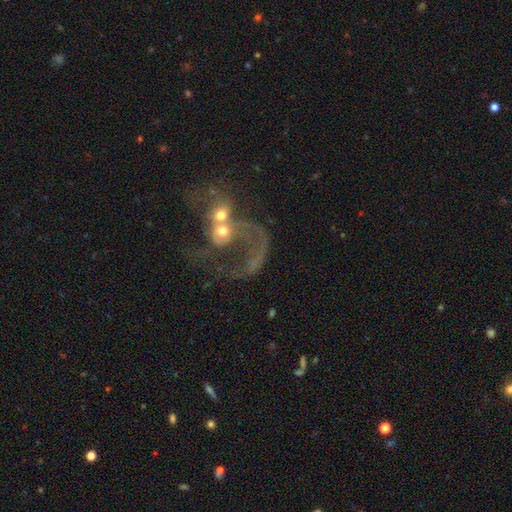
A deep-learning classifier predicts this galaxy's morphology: Smooth or featured? Predicted: featured or disk (p=0.71). Edge-on disk? Predicted: no (p=0.97). Bar? Predicted: no (p=0.71). Spiral arms? Predicted: yes (p=0.67). Bulge size? Predicted: moderate (p=0.51). Merging? Predicted: merger (p=0.71).